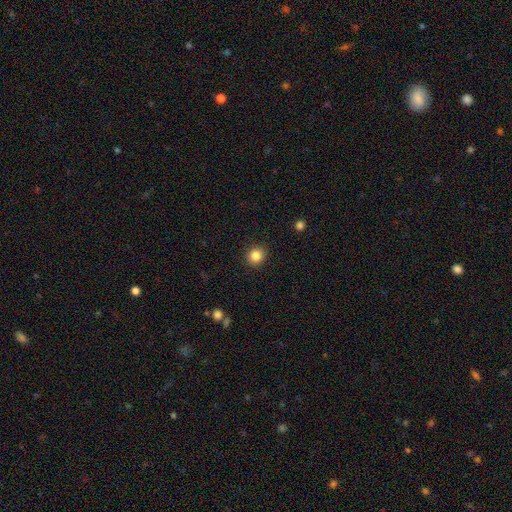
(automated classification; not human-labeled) smooth-or-featured: smooth: 84% | star or artifact: 11% | featured or disk: 5%
  how-rounded: round: 88% | in between: 11% | cigar-shaped: 1%
  merging: none: 91% | minor disturbance: 6% | major disturbance: 2% | merger: 1%